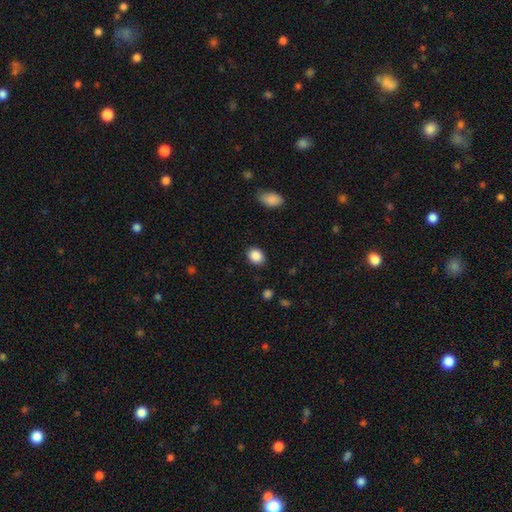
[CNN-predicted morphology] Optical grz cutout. It shows a smooth galaxy with no disk features (88%) that is round (50%). Merging: none (87%).